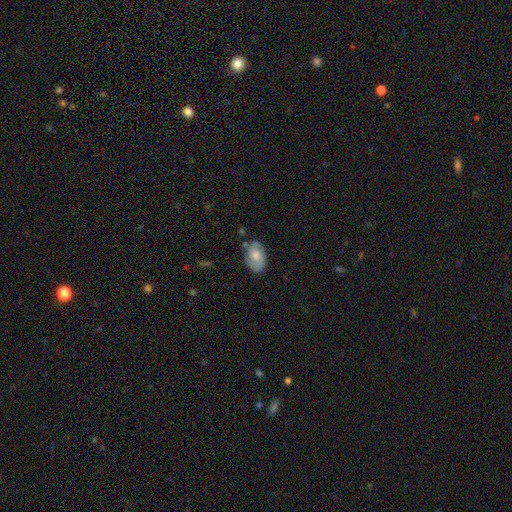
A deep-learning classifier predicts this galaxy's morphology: A smooth galaxy with no disk features (48%).

Vote fractions:
- Smooth or featured? smooth: 48% / featured or disk: 45% / star or artifact: 7%
- Merging? none: 68% / minor disturbance: 22% / major disturbance: 6% / merger: 3%